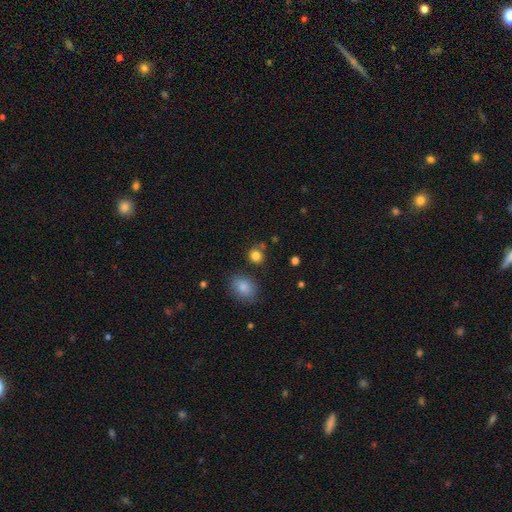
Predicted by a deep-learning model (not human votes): smooth_or_featured: smooth (p=0.84) [alt: star or artifact p=0.12]
how_rounded: round (p=0.83) [alt: in between p=0.16]
merging: none (p=0.77) [alt: minor disturbance p=0.11]